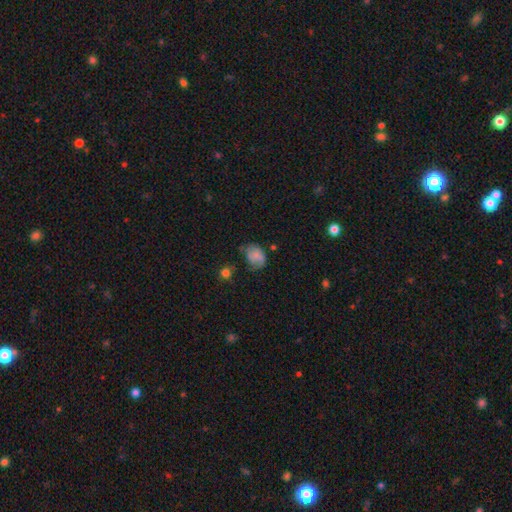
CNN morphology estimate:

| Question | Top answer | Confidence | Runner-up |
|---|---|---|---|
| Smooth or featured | smooth | 70% | featured or disk (18%) |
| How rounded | in between | 64% | round (35%) |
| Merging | none | 42% | minor disturbance (34%) |